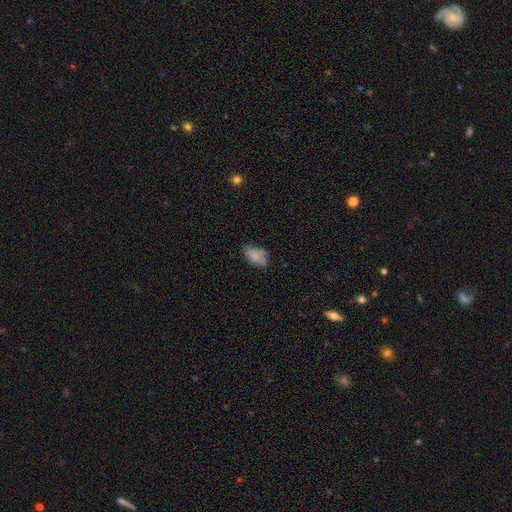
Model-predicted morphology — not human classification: This appears to be a smooth galaxy with no disk features (80%) that is in between round and cigar-shaped (90%). Merging: none (62%).